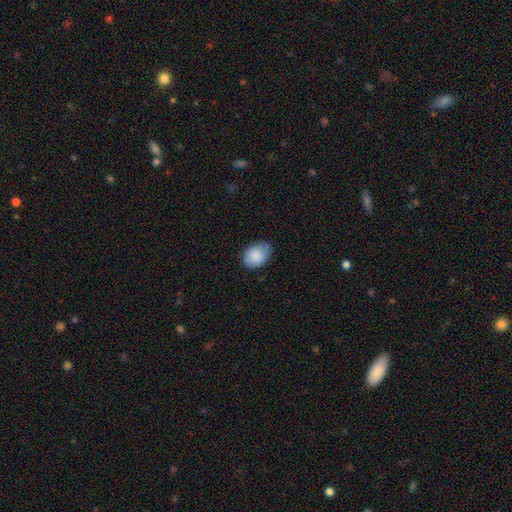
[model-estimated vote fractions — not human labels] Overall: smooth (86%). How rounded: in between (73%). Merging: none (67%; minor disturbance 28%).